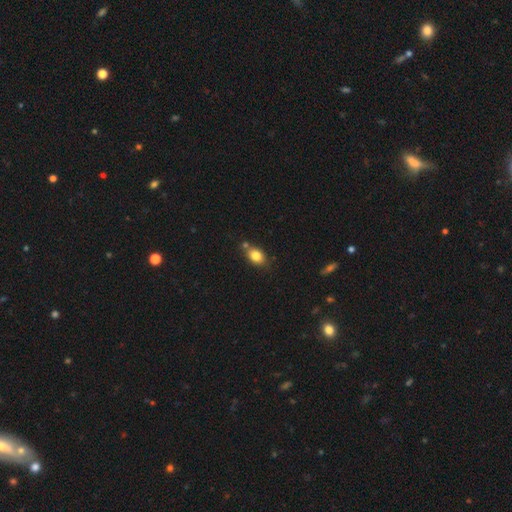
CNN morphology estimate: This is clearly a smooth galaxy (81%). How rounded: likely in between (74%). Merging: likely none (66%).